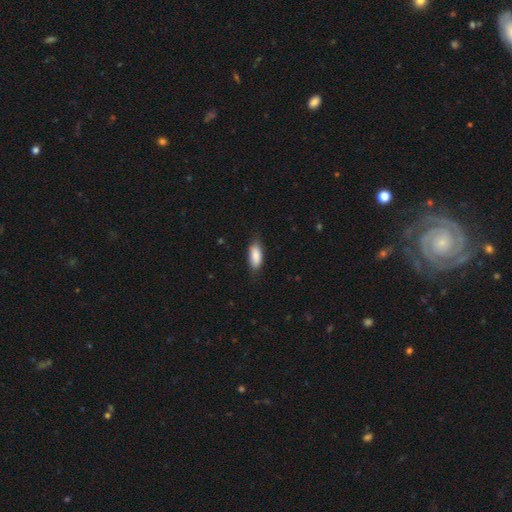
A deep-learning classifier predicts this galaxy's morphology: Smooth or featured?
  - smooth: 87% *
  - featured or disk: 7%
  - star or artifact: 6%
How rounded?
  - in between: 80% *
  - cigar-shaped: 18%
  - round: 2%
Merging?
  - none: 77% *
  - minor disturbance: 19%
  - major disturbance: 4%
  - merger: 1%